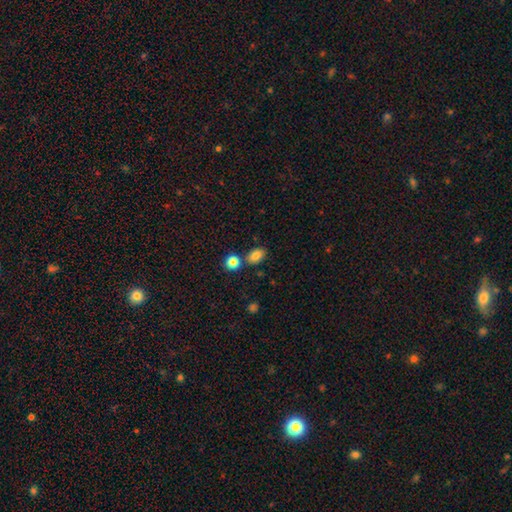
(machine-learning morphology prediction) Smooth or featured? smooth (83%)
How rounded? in between (78%)
Merging? none (73%)